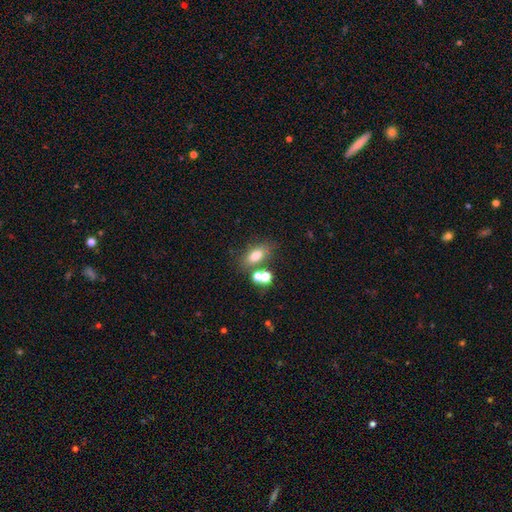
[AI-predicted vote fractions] The model was most divided on "merging": none: 58%, merger: 23%, minor disturbance: 13%, major disturbance: 6%. More confident: how rounded — in between (79%); smooth or featured — smooth (74%).